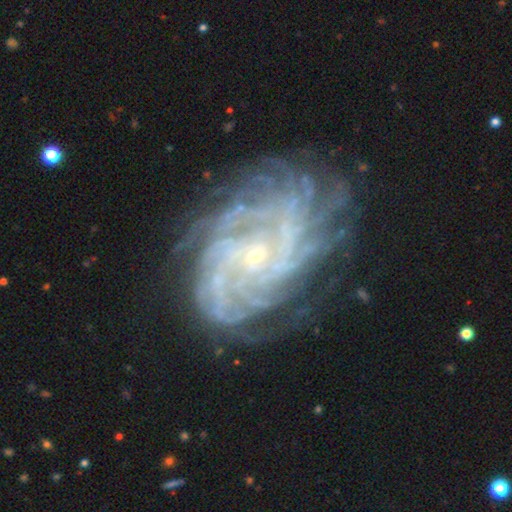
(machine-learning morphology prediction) type=featured or disk (88%); edge-on=no (97%); bar=no (71%); spiral arms=yes (97%); winding=tight (70%); arm count=more than 4 (33%); bulge=small (88%); merging=none (73%).